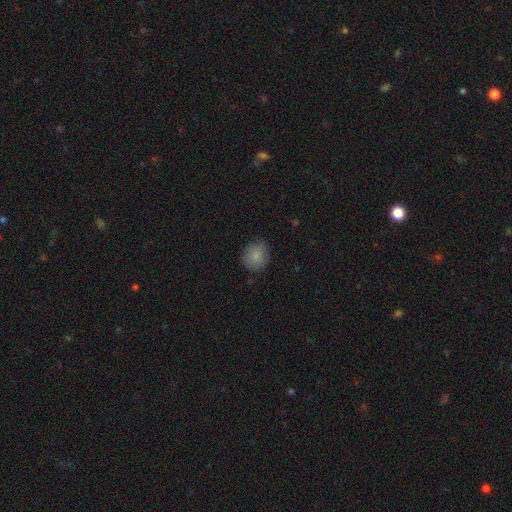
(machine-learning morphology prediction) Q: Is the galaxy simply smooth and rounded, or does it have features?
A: smooth — 86%.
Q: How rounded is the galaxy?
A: round — 79%.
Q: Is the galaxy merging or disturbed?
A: none — 78%.